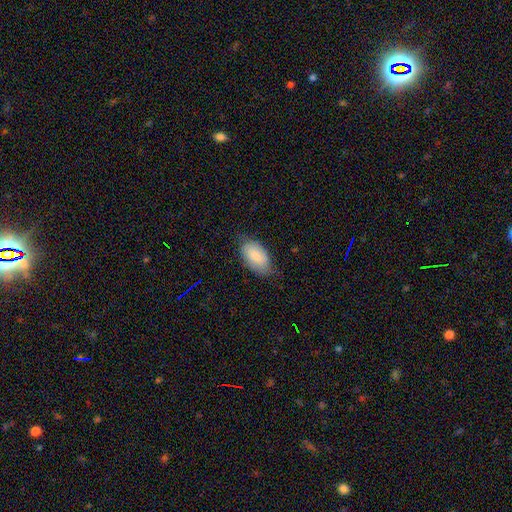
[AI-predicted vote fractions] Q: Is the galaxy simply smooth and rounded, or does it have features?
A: smooth — 80%.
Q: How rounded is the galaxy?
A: in between — 95%.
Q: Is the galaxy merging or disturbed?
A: none — 61%.